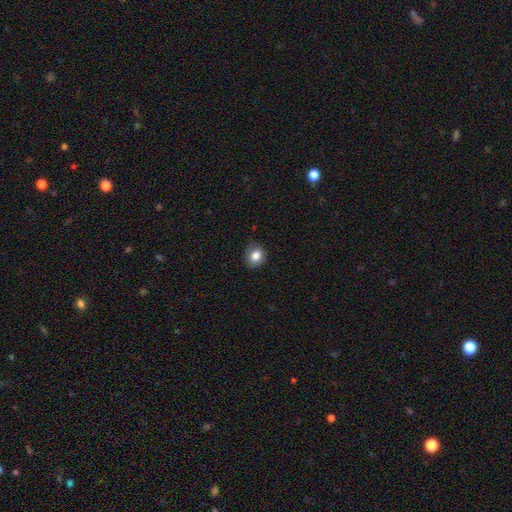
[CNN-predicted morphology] This is clearly a smooth galaxy (82%). How rounded: likely round (64%). Merging: likely none (78%).